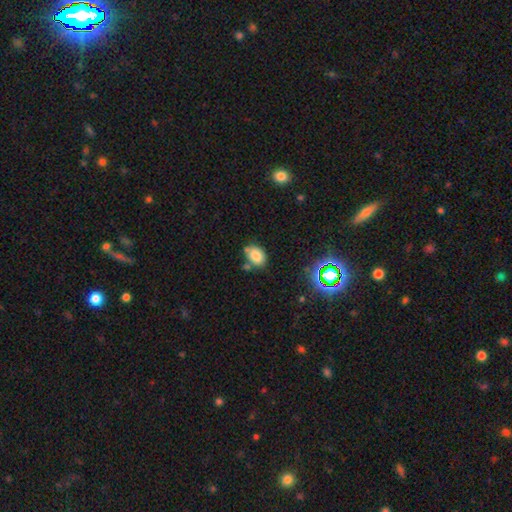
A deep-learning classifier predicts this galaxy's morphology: The model was most divided on "merging": none: 63%, minor disturbance: 20%, merger: 12%, major disturbance: 5%. More confident: smooth or featured — smooth (79%); how rounded — in between (78%).